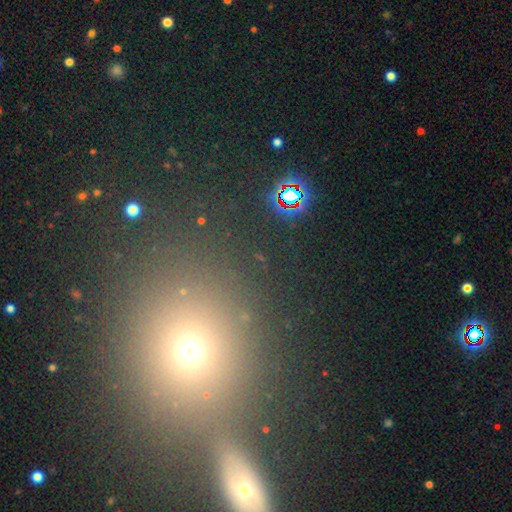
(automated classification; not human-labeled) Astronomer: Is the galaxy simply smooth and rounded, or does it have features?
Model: star or artifact — 50% (runner-up: smooth, 40%).